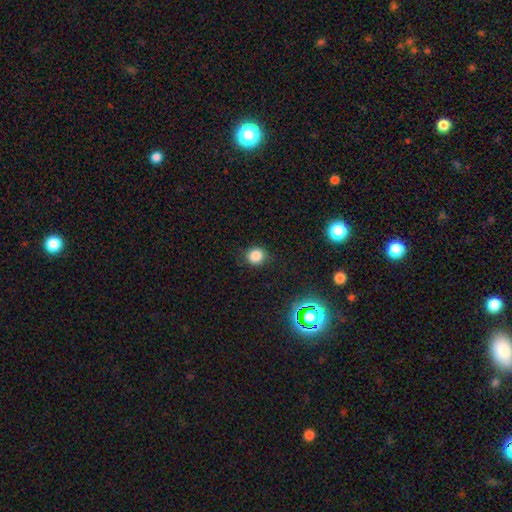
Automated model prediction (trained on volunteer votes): Smooth or featured?
  - smooth: 81% *
  - star or artifact: 15%
  - featured or disk: 4%
How rounded?
  - round: 87% *
  - in between: 12%
  - cigar-shaped: 1%
Merging?
  - none: 86% *
  - minor disturbance: 9%
  - major disturbance: 3%
  - merger: 1%